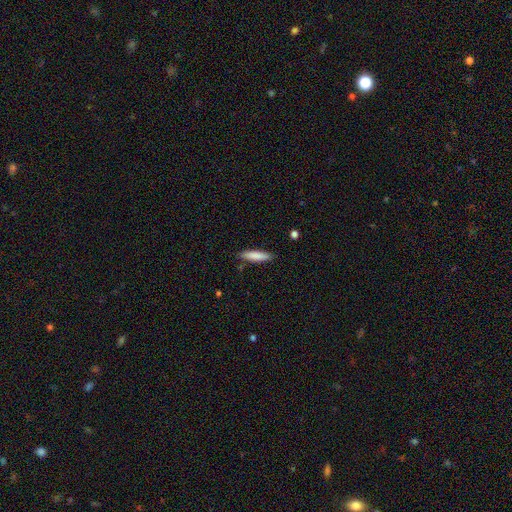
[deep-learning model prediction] Smooth or featured?
  - smooth: 83% *
  - featured or disk: 11%
  - star or artifact: 6%
How rounded?
  - cigar-shaped: 78% *
  - in between: 21%
  - round: 1%
Merging?
  - none: 86% *
  - minor disturbance: 10%
  - major disturbance: 2%
  - merger: 2%